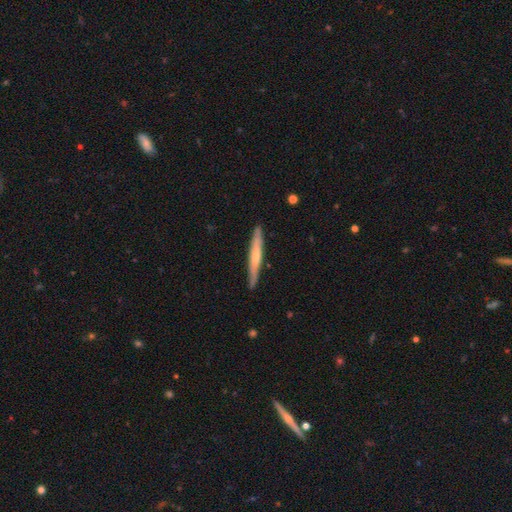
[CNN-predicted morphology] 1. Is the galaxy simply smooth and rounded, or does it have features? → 48% featured or disk, 47% smooth, 5% star or artifact.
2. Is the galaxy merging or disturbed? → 88% none, 9% minor disturbance, 1% major disturbance, 1% merger.